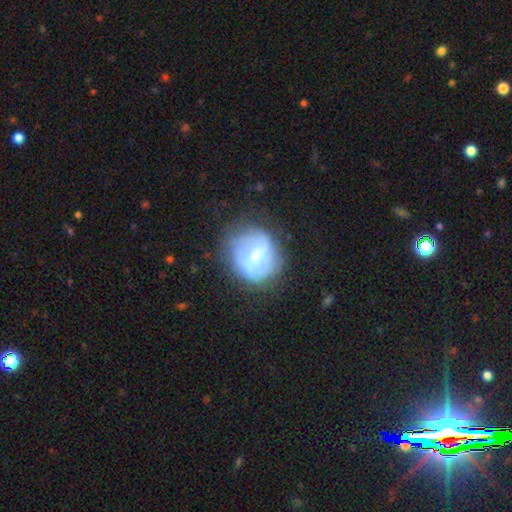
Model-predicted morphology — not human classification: type=featured or disk (62%); edge-on=no (96%); bar=weak (50%); spiral arms=yes (60%); bulge=moderate (47%, tied with small); merging=none (66%).